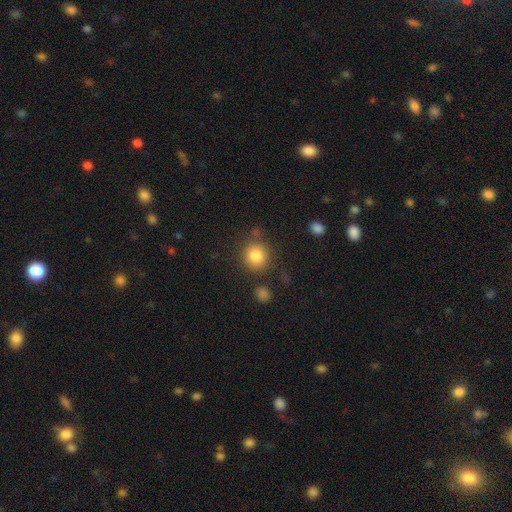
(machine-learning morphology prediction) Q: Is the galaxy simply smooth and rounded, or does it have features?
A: smooth — 85%.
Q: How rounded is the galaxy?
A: round — 88%.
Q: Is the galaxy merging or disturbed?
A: none — 79%.